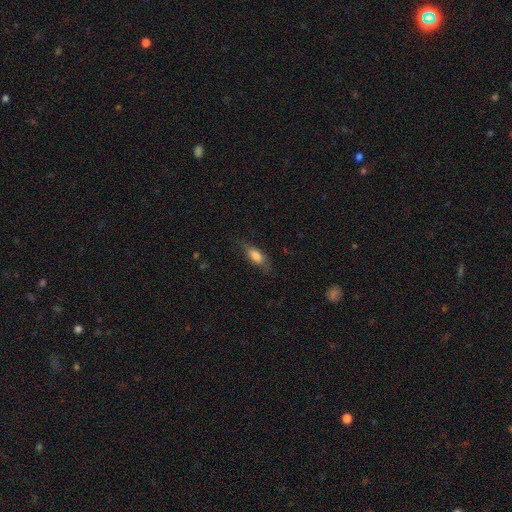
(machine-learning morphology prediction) Overall: smooth (74%). How rounded: in between (67%; cigar-shaped 29%). Merging: none (74%).